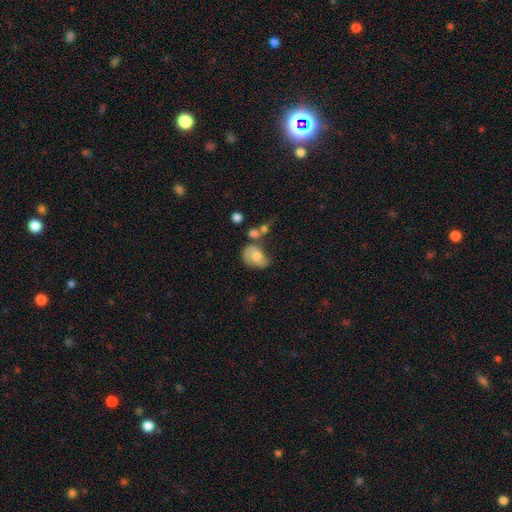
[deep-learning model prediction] Overall: smooth (52%; featured or disk 40%). How rounded: in between (78%). Merging: none (38%; minor disturbance 26%).